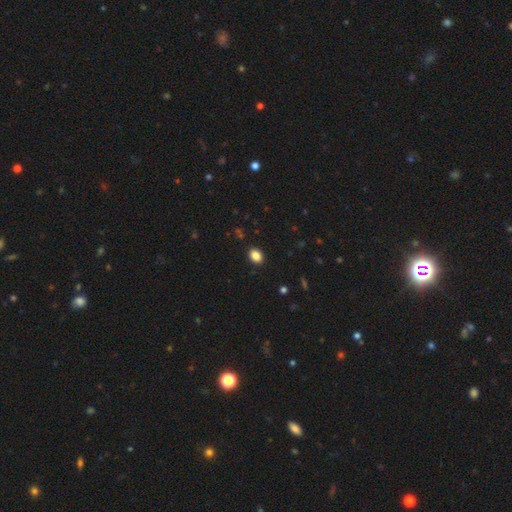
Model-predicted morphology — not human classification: A smooth galaxy with no disk features (86%) that is in between round and cigar-shaped (69%). Merging: none (90%).